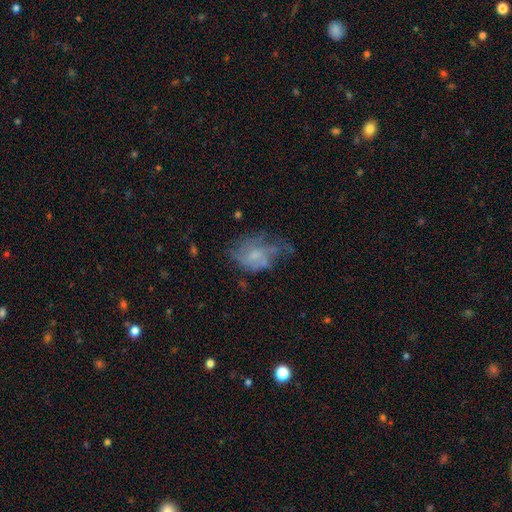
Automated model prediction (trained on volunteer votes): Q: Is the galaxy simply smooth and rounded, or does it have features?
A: featured or disk — 52%.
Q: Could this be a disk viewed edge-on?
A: no — 97%.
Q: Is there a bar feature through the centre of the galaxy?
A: no — 76%.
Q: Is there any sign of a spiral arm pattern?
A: yes — 52%.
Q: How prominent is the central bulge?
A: small — 34%.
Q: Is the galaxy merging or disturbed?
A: none — 36%.